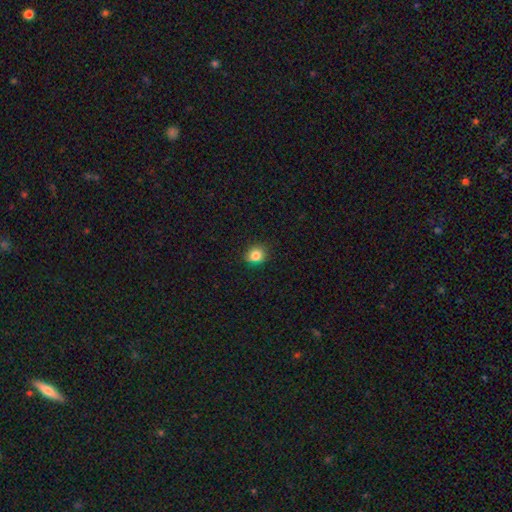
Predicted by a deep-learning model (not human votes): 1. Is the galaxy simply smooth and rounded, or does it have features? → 83% smooth, 12% star or artifact, 5% featured or disk.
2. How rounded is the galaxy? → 80% round, 19% in between, 1% cigar-shaped.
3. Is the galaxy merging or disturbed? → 83% none, 12% minor disturbance, 2% major disturbance, 2% merger.